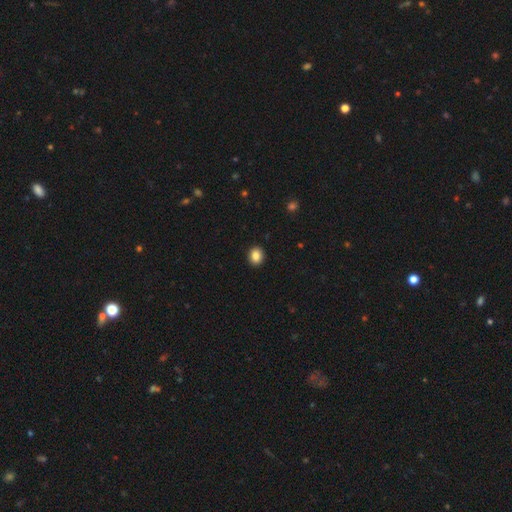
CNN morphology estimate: This appears to be a smooth galaxy with no disk features (87%) that is round (60%). Merging: none (92%).